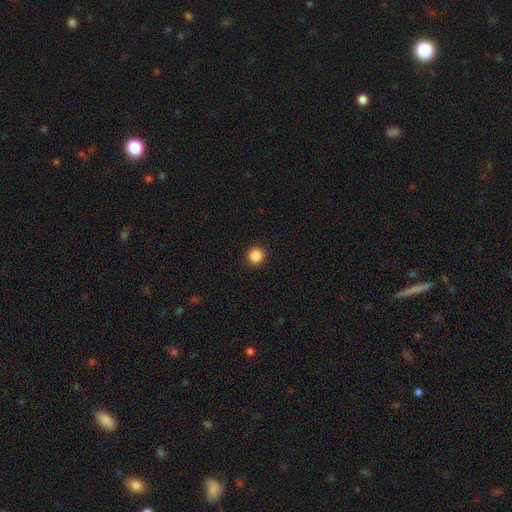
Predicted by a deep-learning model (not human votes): smooth 87%, star or artifact 10%, featured or disk 3%. Down the decision tree: how rounded — round (94%); merging — none (93%).